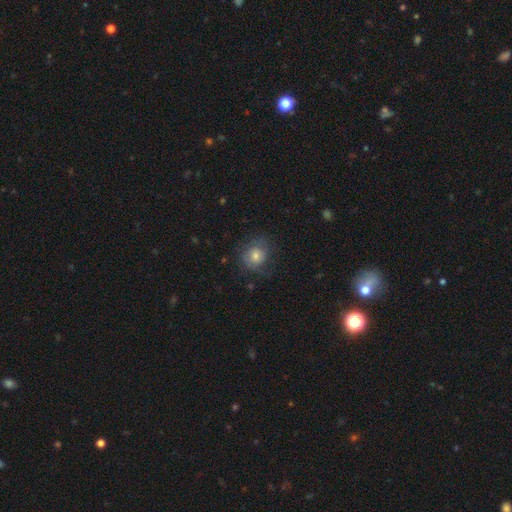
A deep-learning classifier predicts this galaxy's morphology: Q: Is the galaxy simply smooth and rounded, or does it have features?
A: smooth — 48%.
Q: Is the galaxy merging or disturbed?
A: none — 69%.